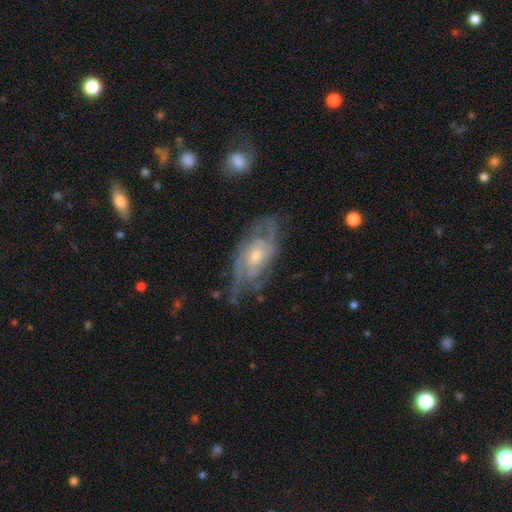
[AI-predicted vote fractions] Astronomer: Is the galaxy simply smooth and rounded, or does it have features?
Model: featured or disk — 83%.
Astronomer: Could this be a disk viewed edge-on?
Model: no — 93%.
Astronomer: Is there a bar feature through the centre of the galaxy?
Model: no — 69%.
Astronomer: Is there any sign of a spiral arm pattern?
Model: yes — 92%.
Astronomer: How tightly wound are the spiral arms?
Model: tight — 46% (runner-up: medium, 40%).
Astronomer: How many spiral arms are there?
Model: can't tell — 34%, tied with 2 at 34%.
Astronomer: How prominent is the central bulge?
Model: moderate — 55% (runner-up: small, 37%).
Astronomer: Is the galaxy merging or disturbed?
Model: none — 61%.